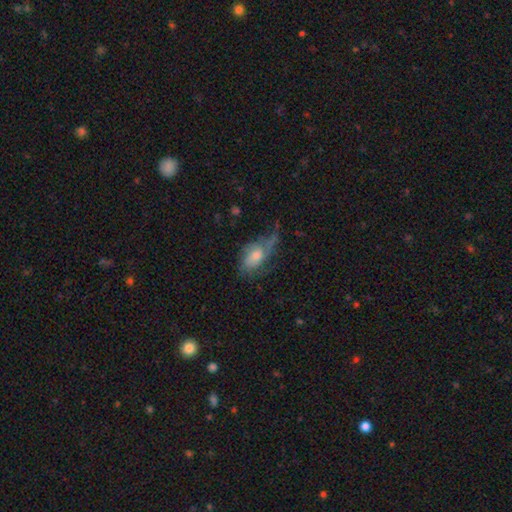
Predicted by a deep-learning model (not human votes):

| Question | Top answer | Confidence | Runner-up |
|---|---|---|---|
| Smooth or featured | featured or disk | 48% | smooth (42%) |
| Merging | major disturbance | 35% | none (33%) |